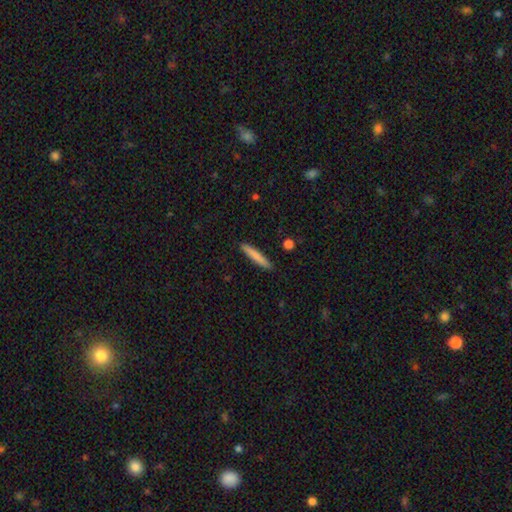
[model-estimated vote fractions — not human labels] Smooth or featured: smooth — 79% (featured or disk — 15%)
How rounded: cigar-shaped — 94% (in between — 5%)
Merging: none — 90% (minor disturbance — 7%)